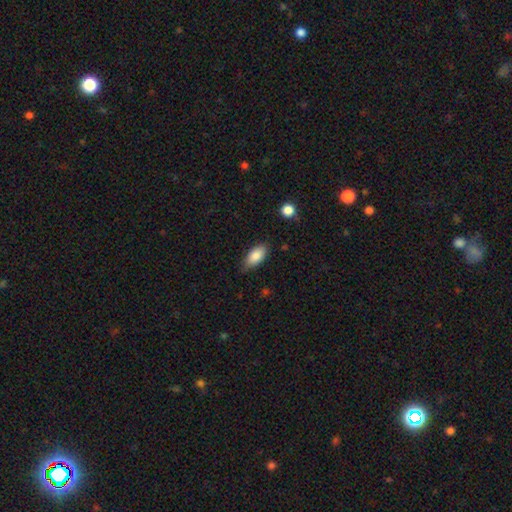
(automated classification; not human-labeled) This is clearly a smooth galaxy (85%). How rounded: clearly in between (91%). Merging: likely none (73%).